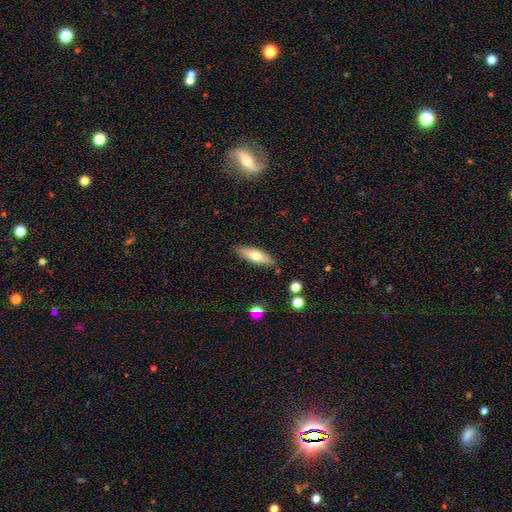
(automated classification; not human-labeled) The model was most divided on "how rounded": in between: 52%, cigar-shaped: 46%, round: 2%. More confident: merging — none (84%); smooth or featured — smooth (63%).